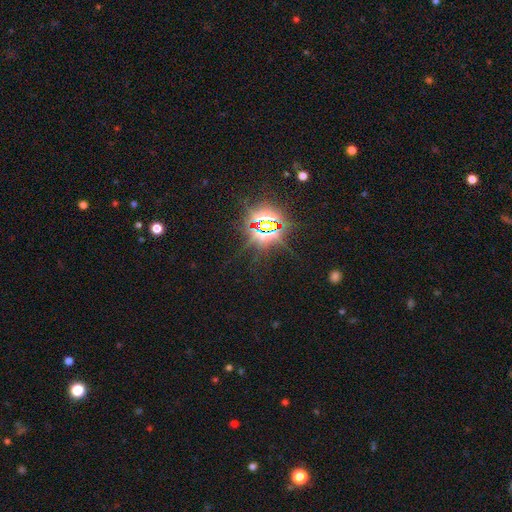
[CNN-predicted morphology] Smooth or featured? star or artifact (84%)